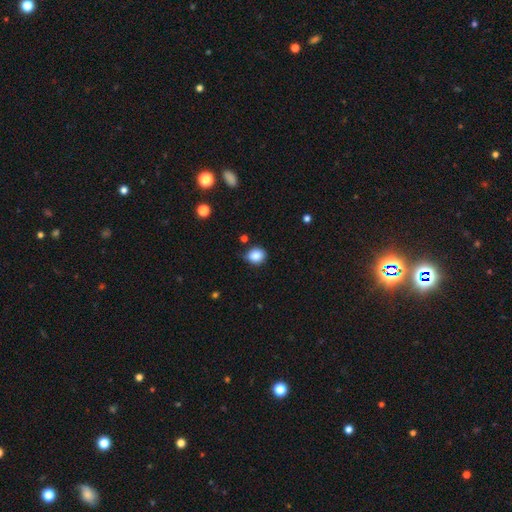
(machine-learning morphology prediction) smooth_or_featured: smooth (p=0.86) [alt: star or artifact p=0.10]
how_rounded: round (p=0.70) [alt: in between p=0.29]
merging: none (p=0.74) [alt: minor disturbance p=0.20]